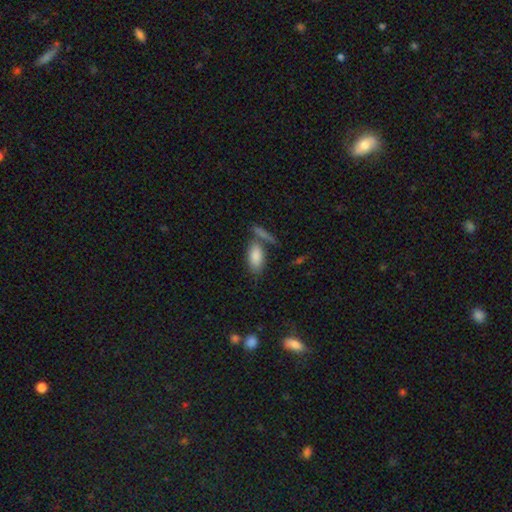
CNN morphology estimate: The model was most divided on "merging": none: 60%, merger: 21%, minor disturbance: 13%, major disturbance: 5%. More confident: how rounded — in between (87%); smooth or featured — smooth (83%).